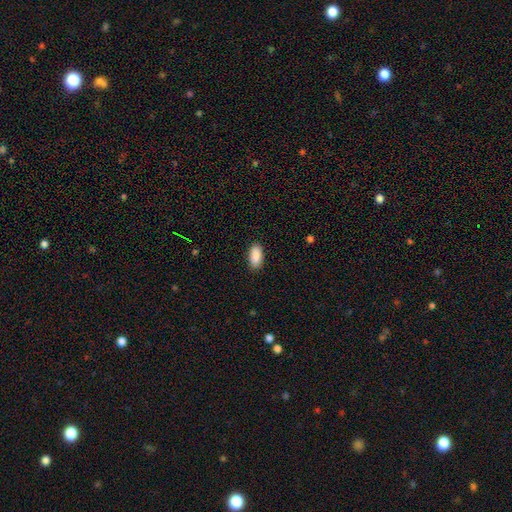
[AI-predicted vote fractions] Smooth or featured?
  - smooth: 91% *
  - star or artifact: 6%
  - featured or disk: 3%
How rounded?
  - in between: 92% *
  - cigar-shaped: 6%
  - round: 2%
Merging?
  - none: 88% *
  - minor disturbance: 9%
  - major disturbance: 2%
  - merger: 1%